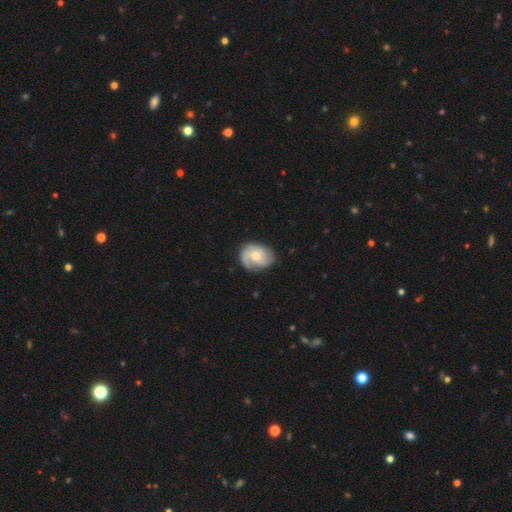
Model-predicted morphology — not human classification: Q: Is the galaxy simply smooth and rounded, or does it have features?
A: featured or disk — 71%.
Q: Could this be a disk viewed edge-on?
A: no — 97%.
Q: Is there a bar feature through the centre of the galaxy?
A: no — 71%.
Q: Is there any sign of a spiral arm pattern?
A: yes — 93%.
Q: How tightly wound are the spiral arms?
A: tight — 43%.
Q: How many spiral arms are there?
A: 2 — 43%.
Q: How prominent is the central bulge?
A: moderate — 59%.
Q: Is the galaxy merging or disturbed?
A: none — 72%.